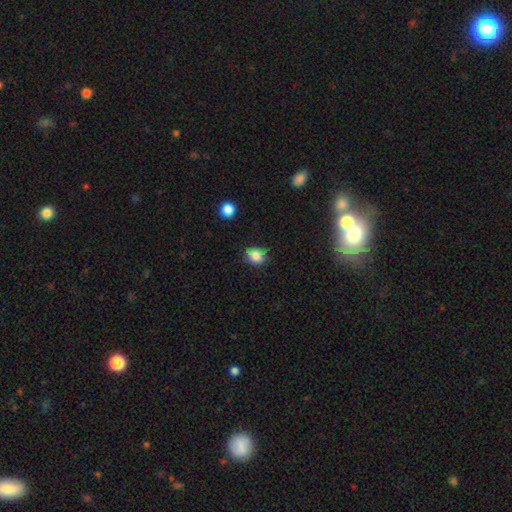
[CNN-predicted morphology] Smooth or featured? Predicted: smooth (p=0.86). How rounded? Predicted: round (p=0.52). Merging? Predicted: none (p=0.81).